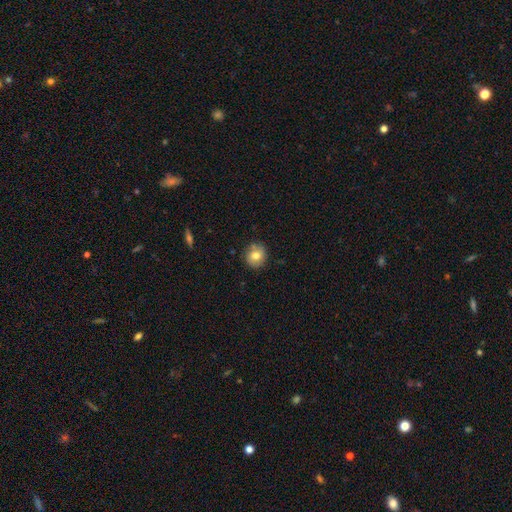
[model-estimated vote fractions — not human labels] A smooth galaxy with no disk features (75%) that is round (87%).

Vote fractions:
- Smooth or featured? smooth: 75% / featured or disk: 16% / star or artifact: 9%
- How rounded? round: 87% / in between: 12% / cigar-shaped: 1%
- Merging? none: 82% / minor disturbance: 13% / major disturbance: 2% / merger: 2%